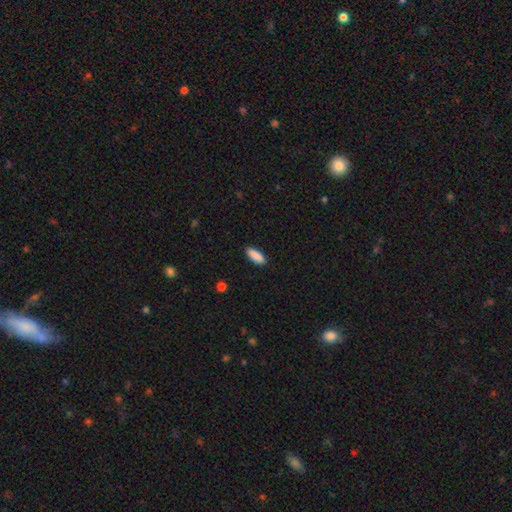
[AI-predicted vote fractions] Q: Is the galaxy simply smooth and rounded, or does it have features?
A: smooth — 90%.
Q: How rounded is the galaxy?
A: in between — 70%.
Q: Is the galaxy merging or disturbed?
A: none — 90%.